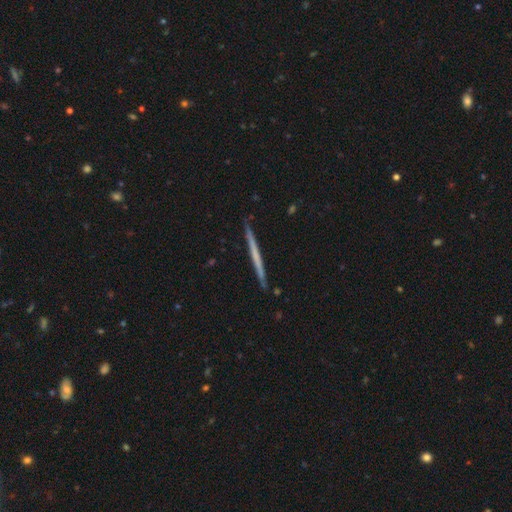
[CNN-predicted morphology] Smooth or featured? Predicted: featured or disk (p=0.53). Edge-on disk? Predicted: yes (p=0.98). Edge-on bulge? Predicted: none (p=0.91). Merging? Predicted: none (p=0.91).